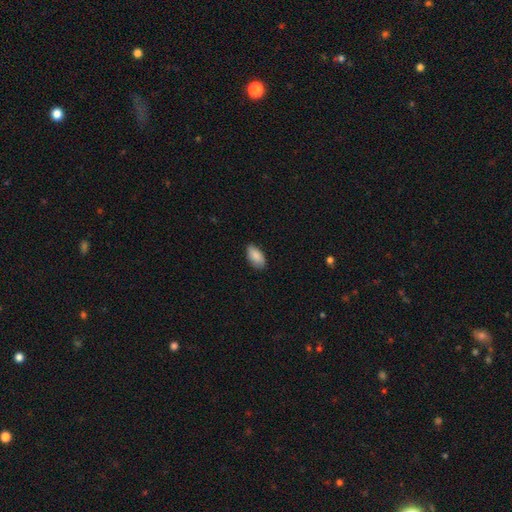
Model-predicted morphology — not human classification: Smooth or featured? Predicted: smooth (p=0.88). How rounded? Predicted: in between (p=0.94). Merging? Predicted: none (p=0.81).